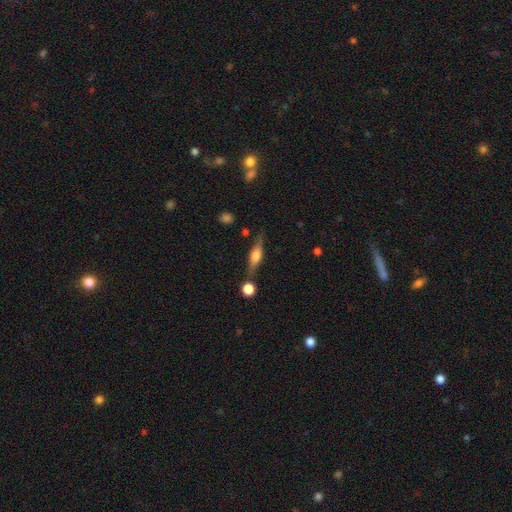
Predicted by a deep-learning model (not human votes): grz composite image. It shows a featured or disk galaxy (64%) viewed edge-on (95%) with a rounded central bulge (85%). Merging: none (75%).